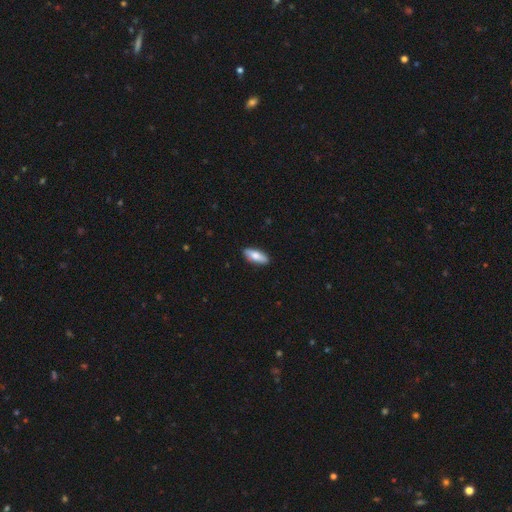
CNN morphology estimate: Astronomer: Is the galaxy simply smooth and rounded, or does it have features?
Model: smooth — 74%.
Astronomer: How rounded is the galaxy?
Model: in between — 68%.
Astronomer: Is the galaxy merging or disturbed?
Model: none — 89%.